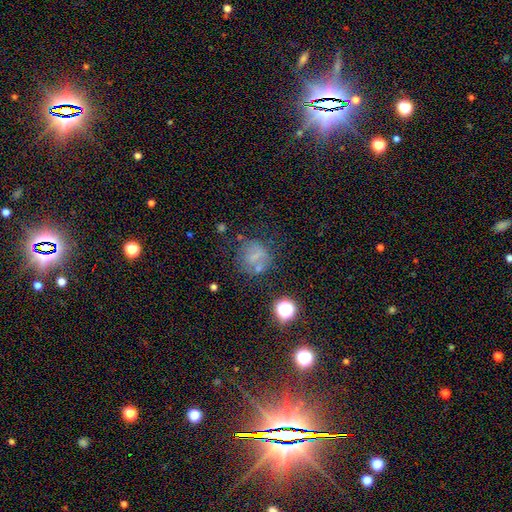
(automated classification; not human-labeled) A smooth galaxy with no disk features (51%) that is round (81%).

Vote fractions:
- Smooth or featured? smooth: 51% / featured or disk: 27% / star or artifact: 23%
- How rounded? round: 81% / in between: 17% / cigar-shaped: 1%
- Merging? none: 58% / minor disturbance: 19% / major disturbance: 13% / merger: 10%